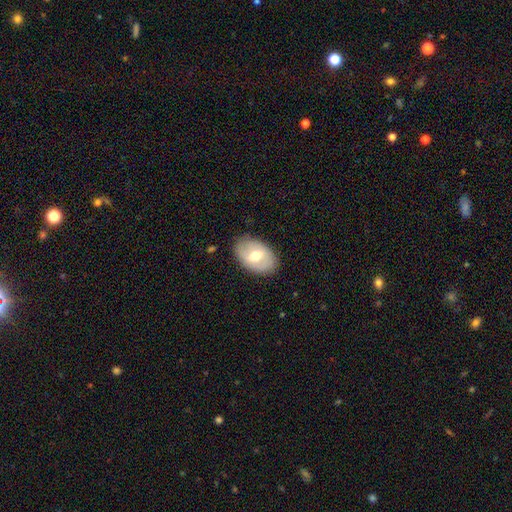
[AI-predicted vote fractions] Smooth or featured?
  - smooth: 53% *
  - featured or disk: 41%
  - star or artifact: 6%
How rounded?
  - in between: 84% *
  - round: 15%
  - cigar-shaped: 1%
Merging?
  - none: 82% *
  - minor disturbance: 14%
  - major disturbance: 3%
  - merger: 1%